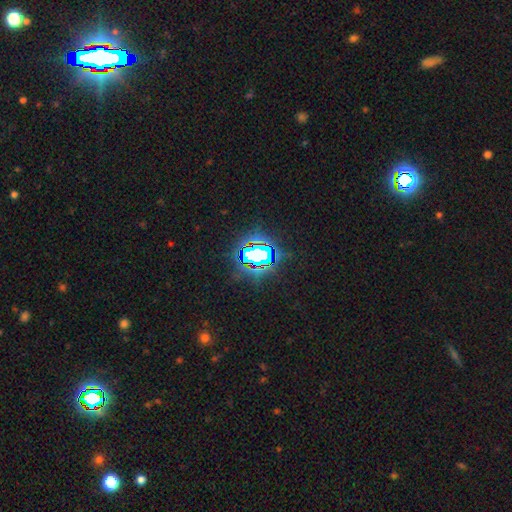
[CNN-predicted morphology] smooth-or-featured: star or artifact: 72% | smooth: 16% | featured or disk: 13%